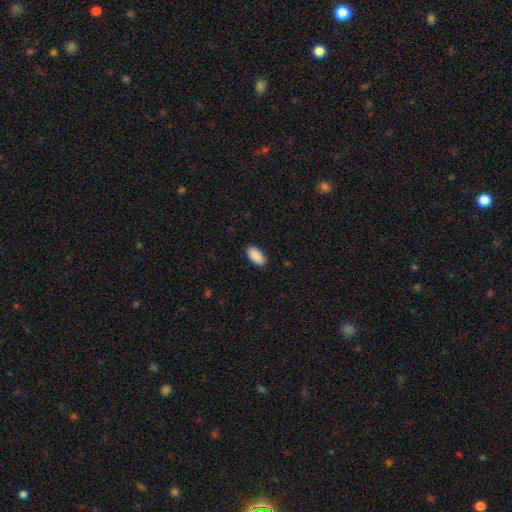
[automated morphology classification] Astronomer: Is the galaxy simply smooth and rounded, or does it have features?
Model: smooth — 91%.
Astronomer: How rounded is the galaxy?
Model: in between — 94%.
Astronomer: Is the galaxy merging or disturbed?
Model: none — 88%.